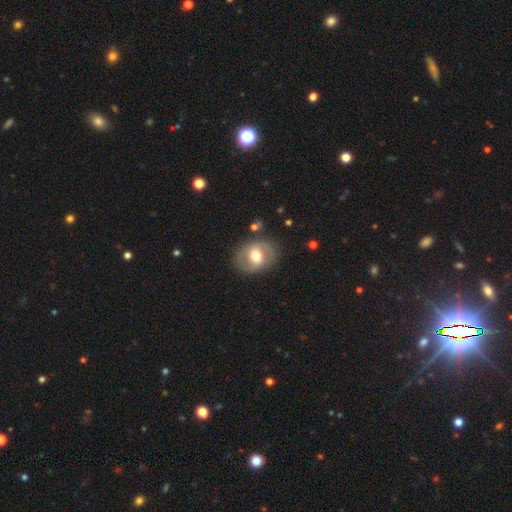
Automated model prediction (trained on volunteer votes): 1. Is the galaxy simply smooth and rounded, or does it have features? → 48% smooth, 45% featured or disk, 7% star or artifact.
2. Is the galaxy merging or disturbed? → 80% none, 12% minor disturbance, 5% major disturbance, 2% merger.